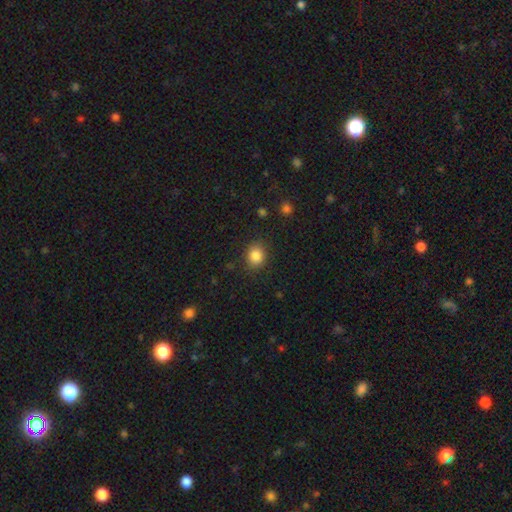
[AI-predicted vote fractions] Smooth or featured: smooth — 85% (star or artifact — 10%)
How rounded: round — 62% (in between — 37%)
Merging: none — 85% (minor disturbance — 10%)